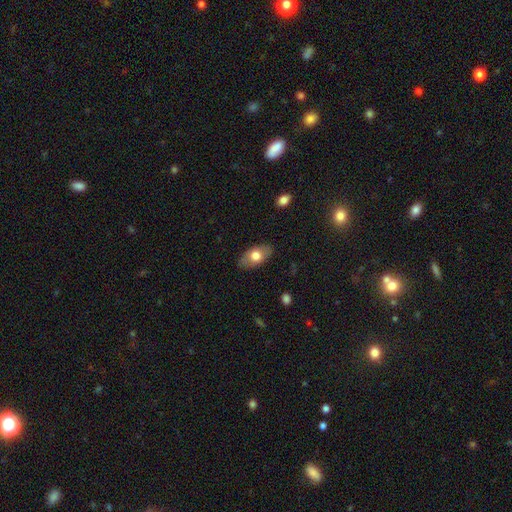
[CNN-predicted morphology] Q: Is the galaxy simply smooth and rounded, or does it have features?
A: smooth — 69%.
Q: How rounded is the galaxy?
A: in between — 91%.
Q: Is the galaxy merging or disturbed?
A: none — 83%.